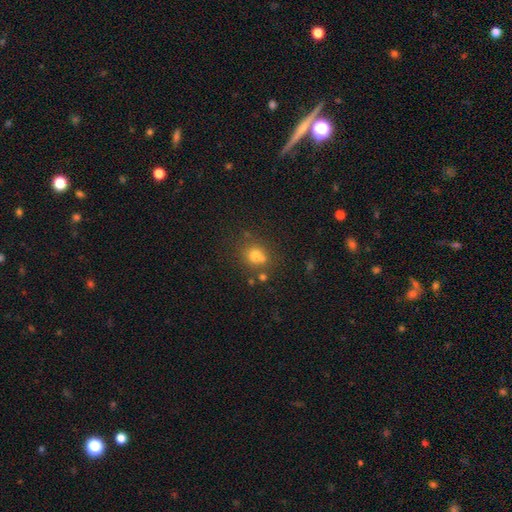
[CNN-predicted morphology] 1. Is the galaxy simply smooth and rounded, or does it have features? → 71% smooth, 16% star or artifact, 13% featured or disk.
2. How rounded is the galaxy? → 78% round, 21% in between, 1% cigar-shaped.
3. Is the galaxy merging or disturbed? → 55% none, 28% merger, 12% minor disturbance, 5% major disturbance.